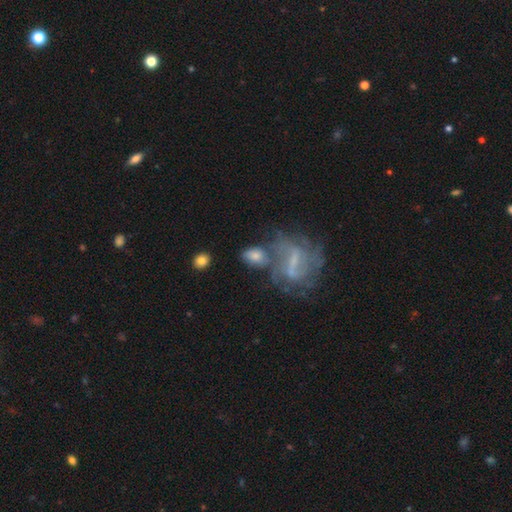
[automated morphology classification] Smooth or featured: featured or disk — 47% (smooth — 40%)
Merging: none — 47% (merger — 26%)